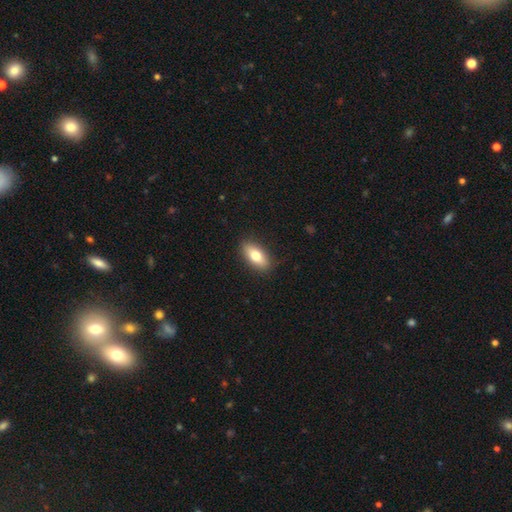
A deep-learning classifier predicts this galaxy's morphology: This appears to be a smooth galaxy with no disk features (77%) that is in between round and cigar-shaped (83%). Merging: none (88%).